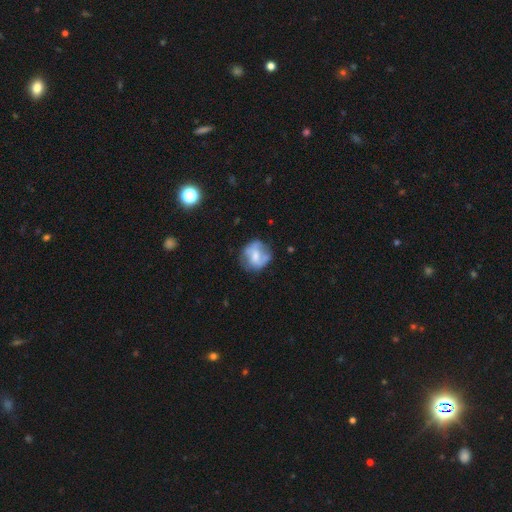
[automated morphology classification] Overall: featured or disk (50%; smooth 42%). Merging: none (59%; minor disturbance 24%).